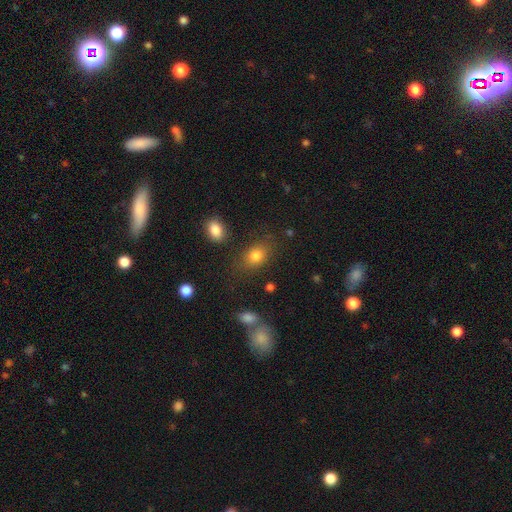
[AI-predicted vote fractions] Overall: smooth (81%). How rounded: in between (72%). Merging: none (77%).